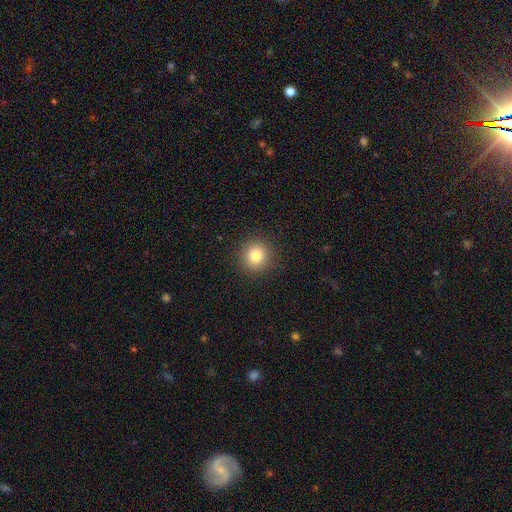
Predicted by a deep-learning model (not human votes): Smooth or featured?
  - smooth: 82% *
  - star or artifact: 11%
  - featured or disk: 6%
How rounded?
  - round: 93% *
  - in between: 6%
  - cigar-shaped: 1%
Merging?
  - none: 91% *
  - minor disturbance: 6%
  - major disturbance: 2%
  - merger: 1%